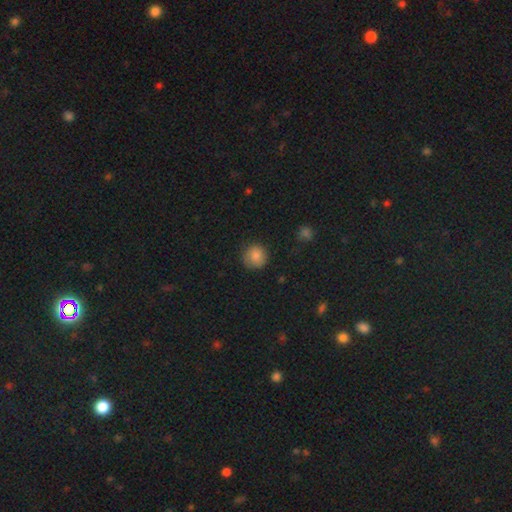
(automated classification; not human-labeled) This appears to be a smooth galaxy with no disk features (83%) that is round (91%). Merging: none (83%).